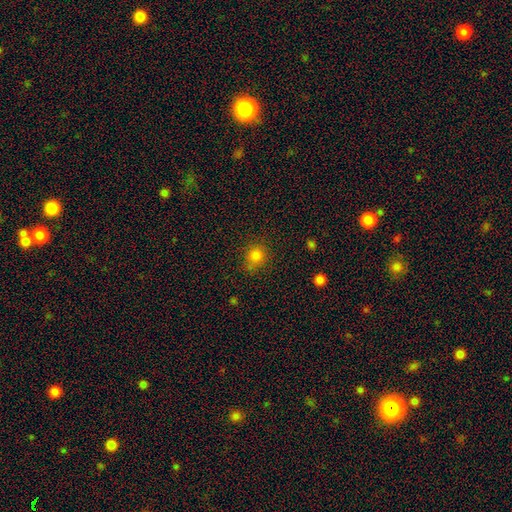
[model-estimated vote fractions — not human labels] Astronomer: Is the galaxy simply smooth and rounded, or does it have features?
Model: smooth — 82%.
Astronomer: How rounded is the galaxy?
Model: round — 79%.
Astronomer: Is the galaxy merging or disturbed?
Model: none — 78%.